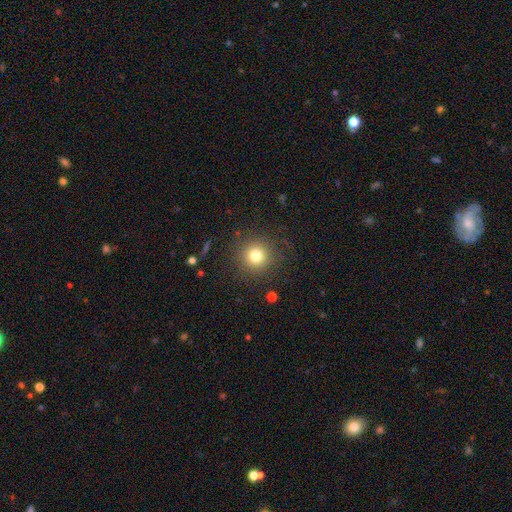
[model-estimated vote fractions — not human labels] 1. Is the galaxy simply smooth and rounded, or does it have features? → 77% smooth, 14% star or artifact, 9% featured or disk.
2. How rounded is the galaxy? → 95% round, 4% in between, 1% cigar-shaped.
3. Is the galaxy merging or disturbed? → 87% none, 7% minor disturbance, 4% major disturbance, 1% merger.